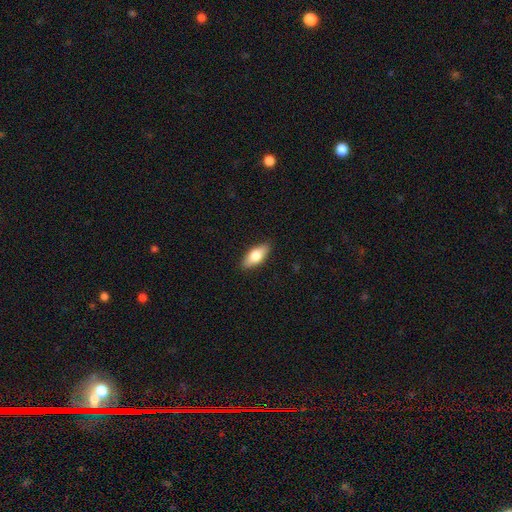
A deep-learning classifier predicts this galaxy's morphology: Smooth or featured? smooth (72%)
How rounded? in between (80%)
Merging? none (89%)